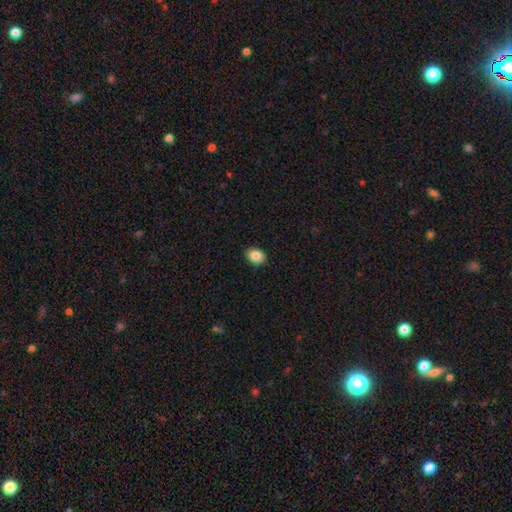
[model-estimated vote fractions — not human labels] A smooth galaxy with no disk features (87%) that is in between round and cigar-shaped (63%).

Vote fractions:
- Smooth or featured? smooth: 87% / star or artifact: 9% / featured or disk: 5%
- How rounded? in between: 63% / round: 36% / cigar-shaped: 1%
- Merging? none: 88% / minor disturbance: 9% / major disturbance: 2% / merger: 1%